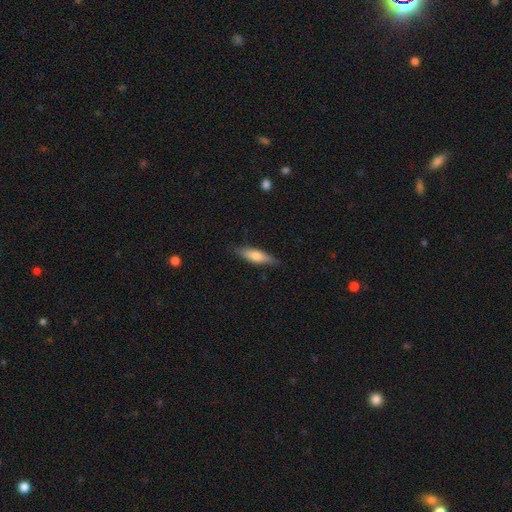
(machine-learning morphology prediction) Overall: smooth (69%). How rounded: cigar-shaped (63%; in between 36%). Merging: none (84%).